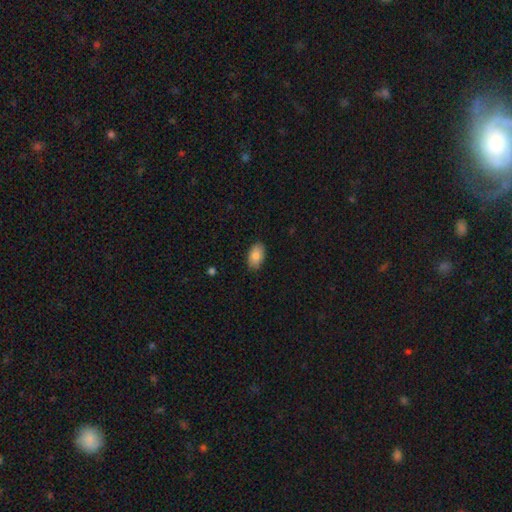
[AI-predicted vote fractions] smooth 84%, featured or disk 9%, star or artifact 7%. Down the decision tree: how rounded — in between (92%); merging — none (85%).